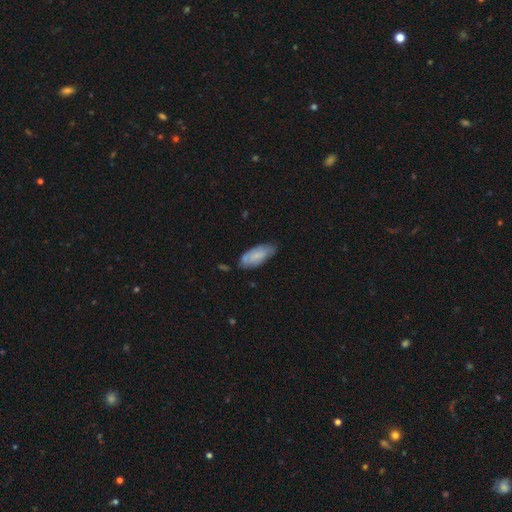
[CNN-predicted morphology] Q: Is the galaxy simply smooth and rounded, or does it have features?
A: smooth — 70%.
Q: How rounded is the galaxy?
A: in between — 82%.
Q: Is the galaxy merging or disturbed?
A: none — 62%.